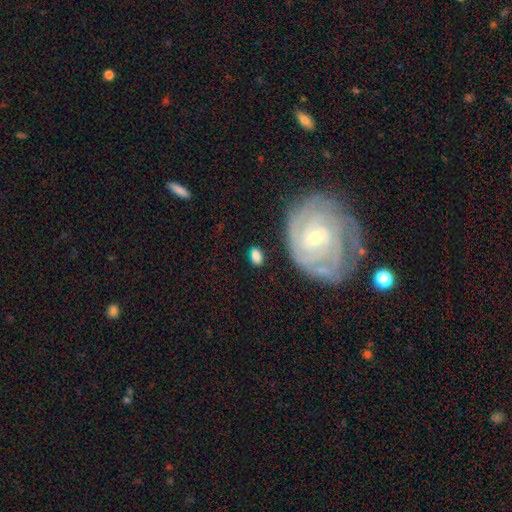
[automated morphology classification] Smooth or featured: smooth — 67% (featured or disk — 24%)
How rounded: in between — 77% (round — 20%)
Merging: none — 72% (minor disturbance — 16%)